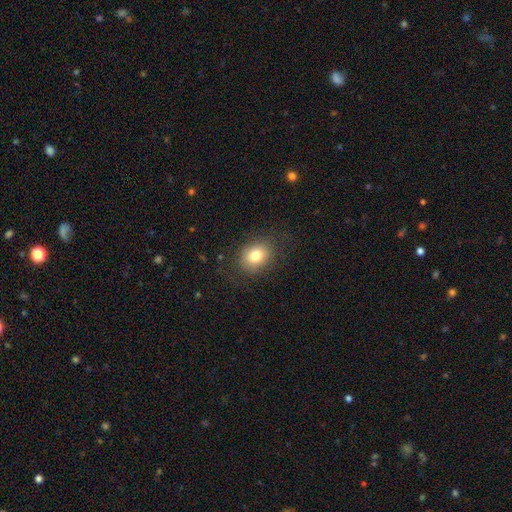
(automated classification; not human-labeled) Smooth or featured? Predicted: smooth (p=0.79). How rounded? Predicted: in between (p=0.54). Merging? Predicted: none (p=0.81).